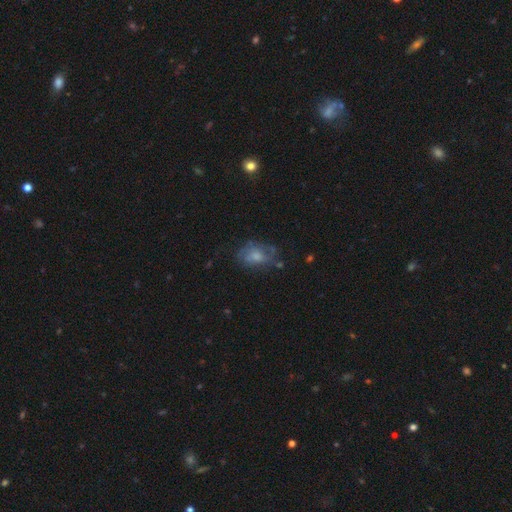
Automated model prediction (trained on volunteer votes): This is possibly a smooth galaxy (52%). How rounded: likely in between (75%). Merging: possibly none (53%).